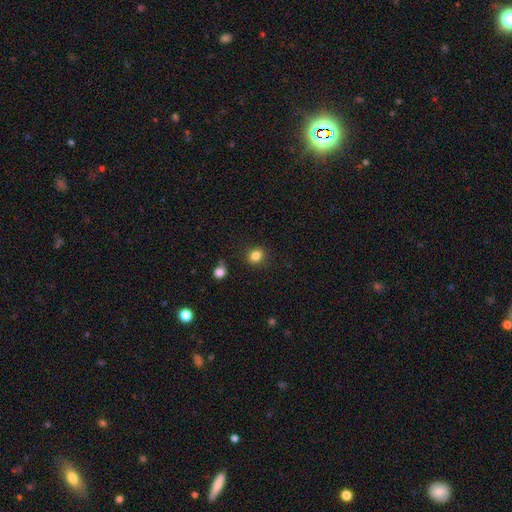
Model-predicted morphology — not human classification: Smooth or featured: smooth — 83% (star or artifact — 11%)
How rounded: round — 67% (in between — 32%)
Merging: none — 85% (minor disturbance — 10%)